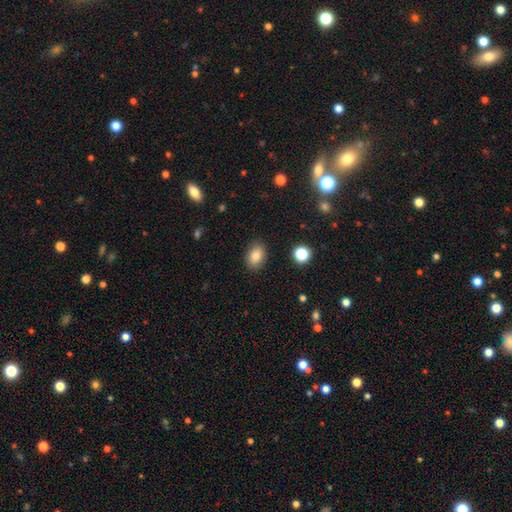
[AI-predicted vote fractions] smooth 82%, star or artifact 10%, featured or disk 8%. Down the decision tree: how rounded — in between (78%); merging — none (87%).